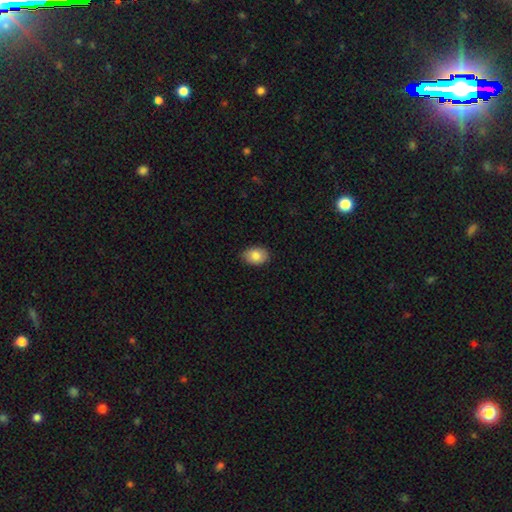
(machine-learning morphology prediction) type=smooth (86%); roundness=in between (81%); merging=none (86%).